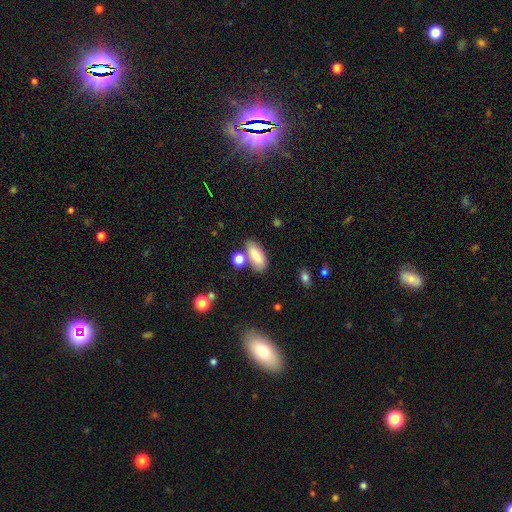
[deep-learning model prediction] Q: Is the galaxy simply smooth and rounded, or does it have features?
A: smooth — 80%.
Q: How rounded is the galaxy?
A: in between — 82%.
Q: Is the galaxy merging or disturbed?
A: none — 68%.